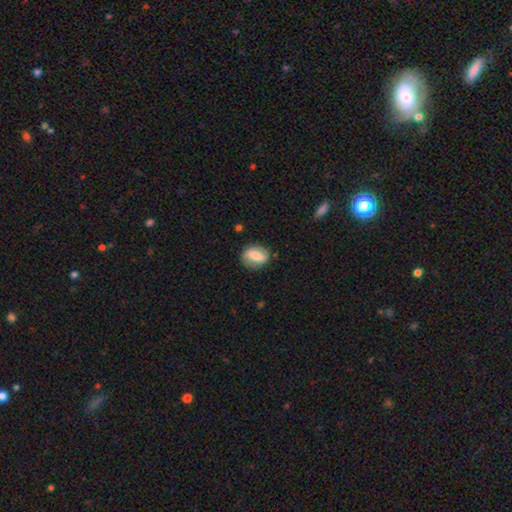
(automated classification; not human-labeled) Smooth or featured?
  - smooth: 54% *
  - featured or disk: 39%
  - star or artifact: 8%
How rounded?
  - in between: 62% *
  - round: 34%
  - cigar-shaped: 4%
Merging?
  - none: 77% *
  - minor disturbance: 16%
  - major disturbance: 5%
  - merger: 2%